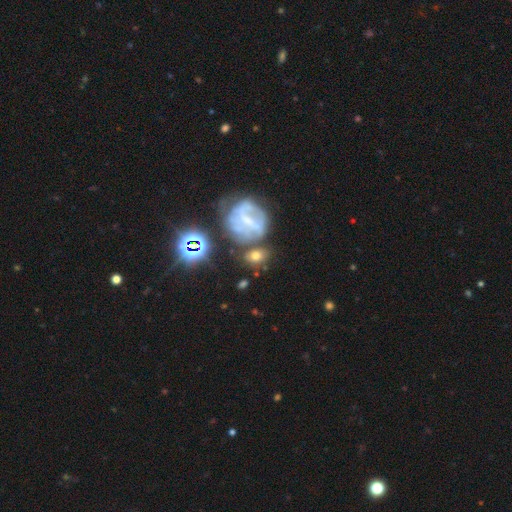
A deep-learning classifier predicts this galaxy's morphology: smooth 51%, featured or disk 32%, star or artifact 18%. Down the decision tree: how rounded — round (51%); merging — none (59%).